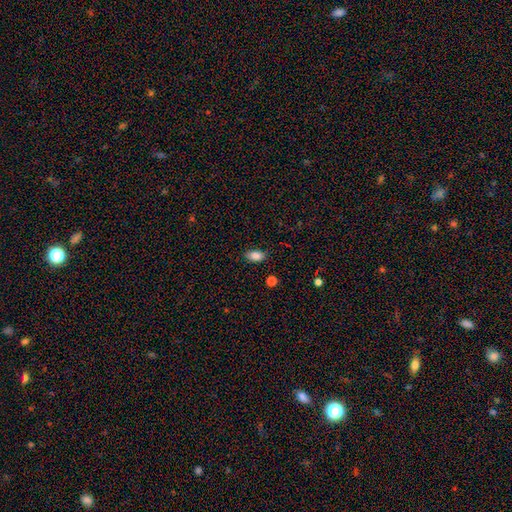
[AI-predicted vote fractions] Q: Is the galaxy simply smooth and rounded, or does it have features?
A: smooth — 86%.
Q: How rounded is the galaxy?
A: in between — 90%.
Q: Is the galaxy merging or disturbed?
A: none — 84%.